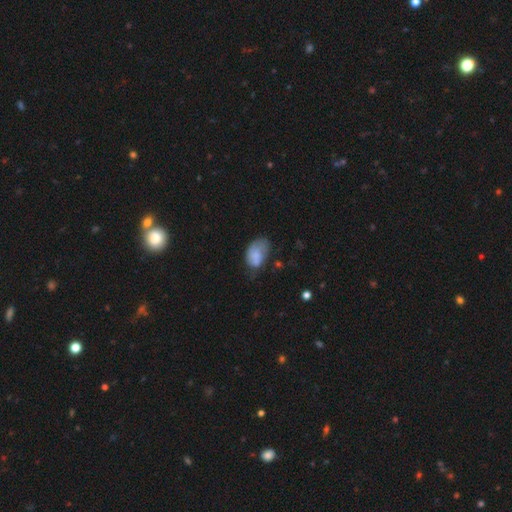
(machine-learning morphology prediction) smooth_or_featured: smooth (p=0.70) [alt: featured or disk p=0.22]
how_rounded: in between (p=0.87) [alt: round p=0.11]
merging: minor disturbance (p=0.37) [alt: none p=0.34]